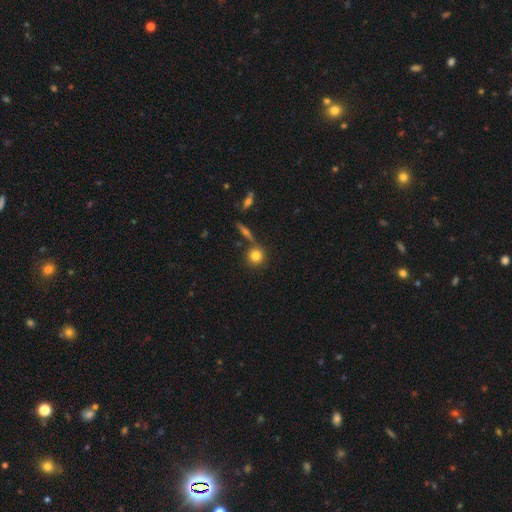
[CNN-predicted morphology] Q: Smooth or featured?
A: smooth (80%); runner-up: featured or disk (10%)
Q: How rounded?
A: round (90%); runner-up: in between (8%)
Q: Merging?
A: none (72%); runner-up: merger (15%)